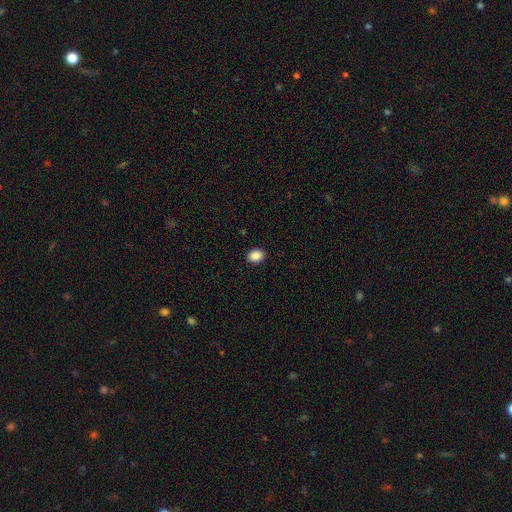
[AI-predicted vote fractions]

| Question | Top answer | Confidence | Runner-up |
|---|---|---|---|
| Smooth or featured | smooth | 88% | star or artifact (9%) |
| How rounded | in between | 54% | round (45%) |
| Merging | none | 91% | minor disturbance (6%) |